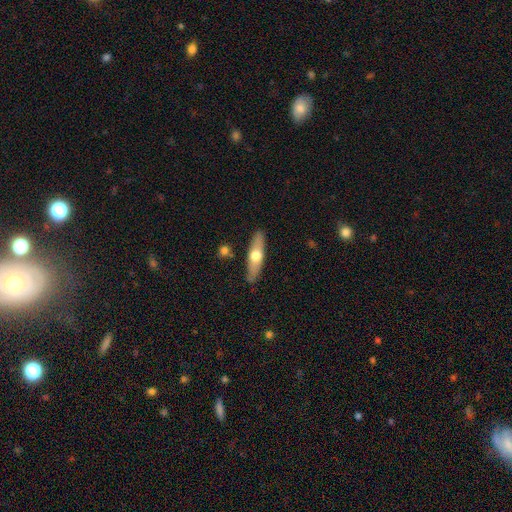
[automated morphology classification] Overall: smooth (50%; featured or disk 45%). Merging: none (87%).